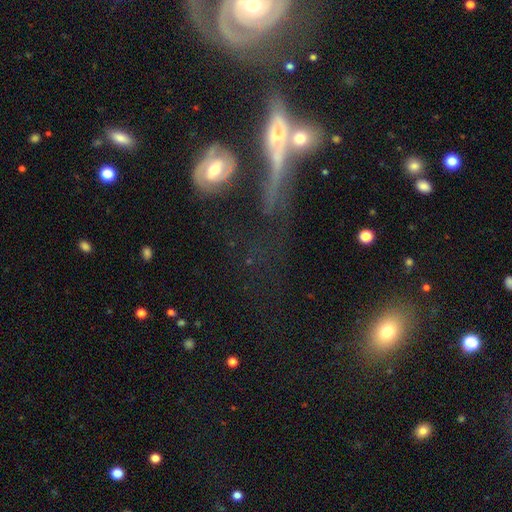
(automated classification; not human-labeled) This is marginally a featured or disk galaxy (40%). Merging: marginally none (42%).